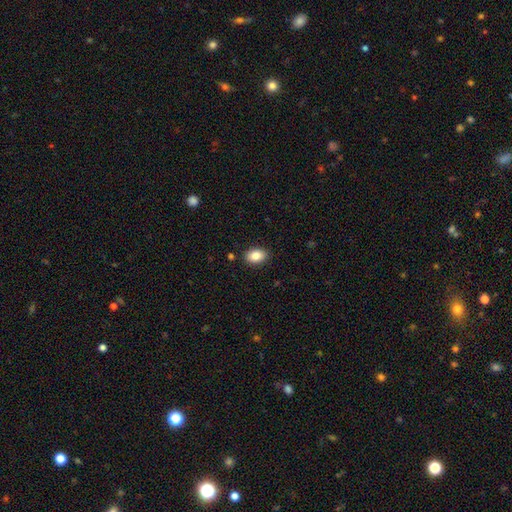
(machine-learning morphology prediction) smooth-or-featured: smooth: 86% | star or artifact: 8% | featured or disk: 6%
  how-rounded: in between: 84% | round: 15% | cigar-shaped: 1%
  merging: none: 88% | minor disturbance: 8% | major disturbance: 2% | merger: 1%